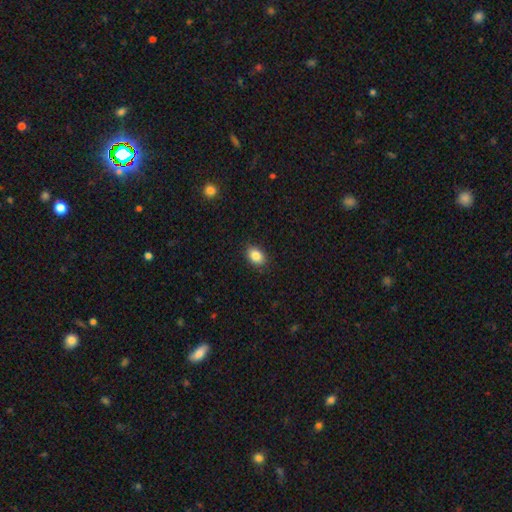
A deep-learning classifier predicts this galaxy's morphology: A smooth galaxy with no disk features (86%) that is in between round and cigar-shaped (77%). Merging: none (87%).